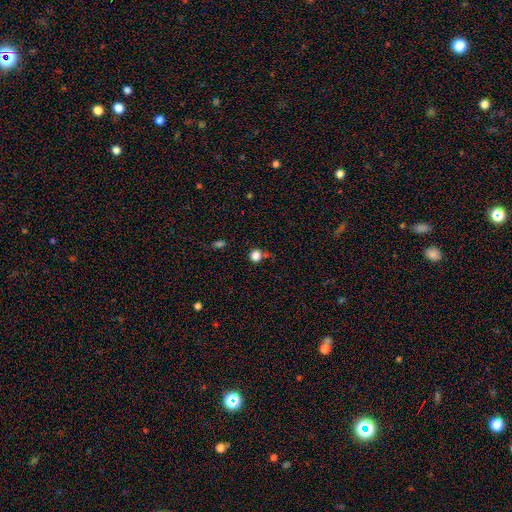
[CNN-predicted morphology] smooth 82%, star or artifact 13%, featured or disk 5%. Down the decision tree: how rounded — round (89%); merging — none (70%).